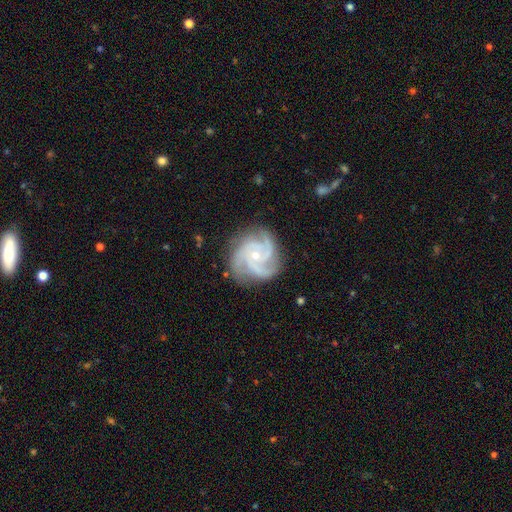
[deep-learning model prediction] Smooth or featured? featured or disk (91%)
Edge-on disk? no (98%)
Bar? no (75%)
Spiral arms? yes (99%)
Spiral winding? tight (53%)
Spiral arm count? 3 (60%)
Bulge size? small (70%)
Merging? none (78%)